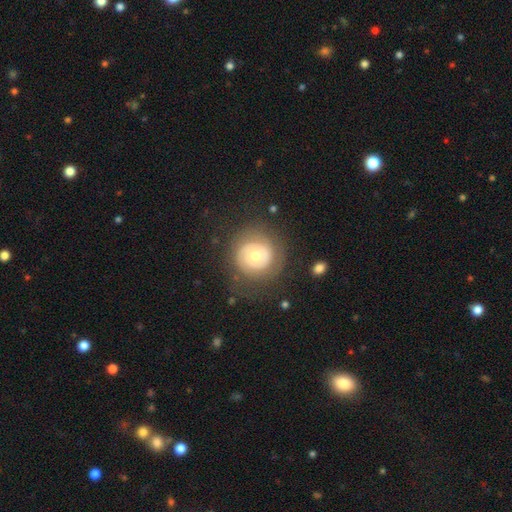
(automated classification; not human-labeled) Smooth or featured? featured or disk (59%)
Edge-on disk? no (97%)
Bar? no (83%)
Spiral arms? yes (64%)
Bulge size? moderate (55%)
Merging? none (72%)